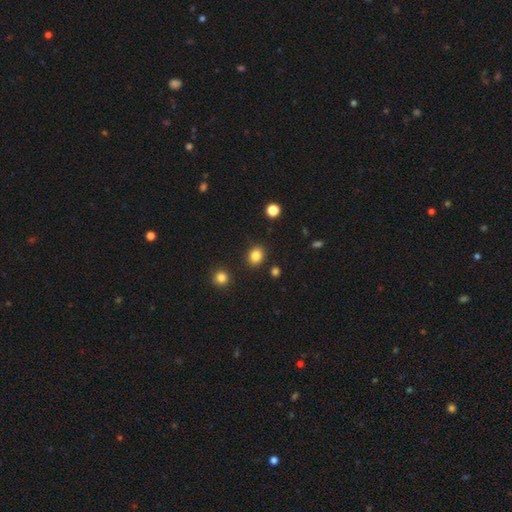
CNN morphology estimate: smooth-or-featured: smooth: 84% | star or artifact: 11% | featured or disk: 5%
  how-rounded: round: 55% | in between: 44% | cigar-shaped: 1%
  merging: none: 88% | minor disturbance: 7% | merger: 2% | major disturbance: 2%